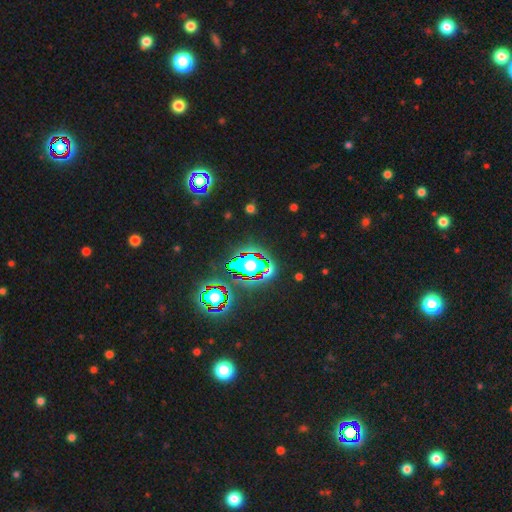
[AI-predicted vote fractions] Smooth or featured: star or artifact — 82% (smooth — 10%)